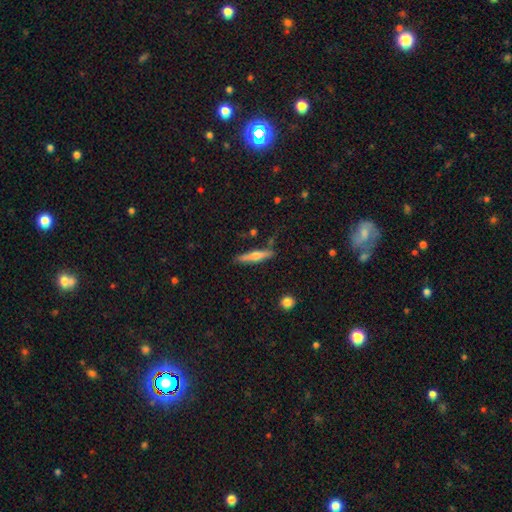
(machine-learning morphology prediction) A smooth galaxy with no disk features (57%) that is cigar-shaped (89%). Merging: none (84%).